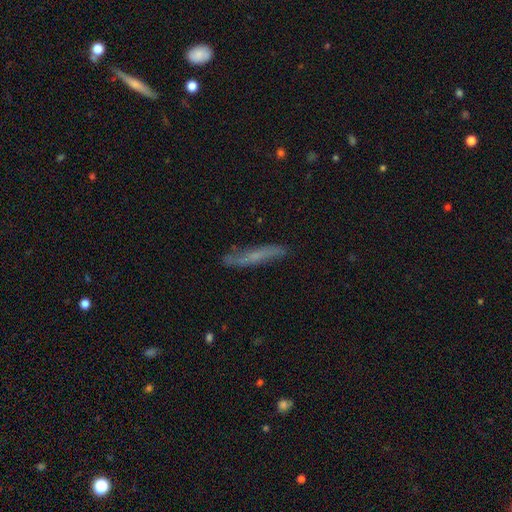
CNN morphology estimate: featured or disk 50%, smooth 41%, star or artifact 9%. Down the decision tree: merging — none (77%).